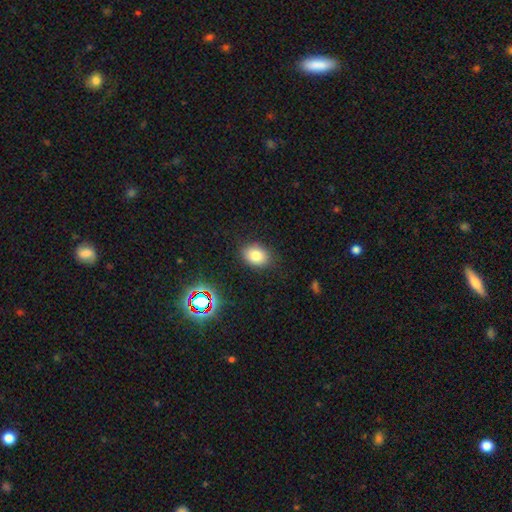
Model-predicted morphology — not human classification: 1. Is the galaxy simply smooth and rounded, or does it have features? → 79% smooth, 13% star or artifact, 9% featured or disk.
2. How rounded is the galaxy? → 67% in between, 32% round, 1% cigar-shaped.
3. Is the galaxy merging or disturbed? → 83% none, 13% minor disturbance, 3% major disturbance, 1% merger.